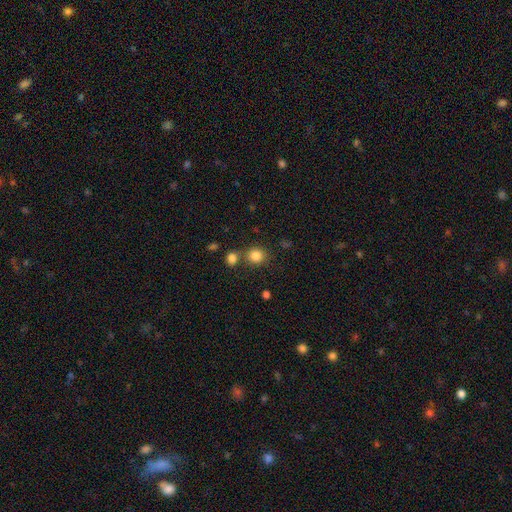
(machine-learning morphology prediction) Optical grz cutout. It shows a smooth galaxy with no disk features (83%) that is round (83%). Merging: none (68%).